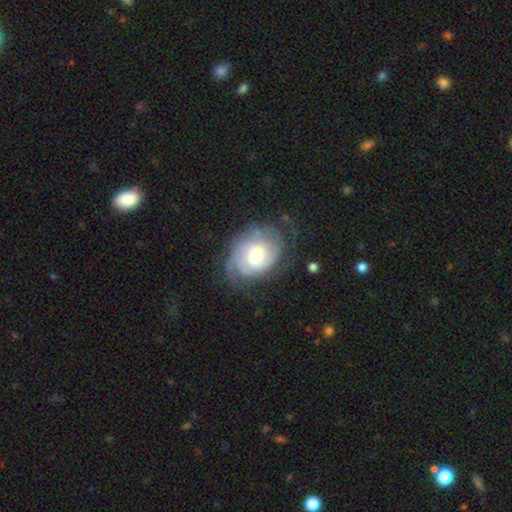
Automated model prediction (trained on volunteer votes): This is likely a featured or disk galaxy (74%). It is clearly not viewed edge-on (97%). Bar: possibly no (56%). Spiral arm pattern: clearly yes (91%). Spiral arm count: marginally 2 (40%). Spiral winding: possibly tight (48%). Central bulge: marginally moderate (44%). Merging: possibly none (56%).